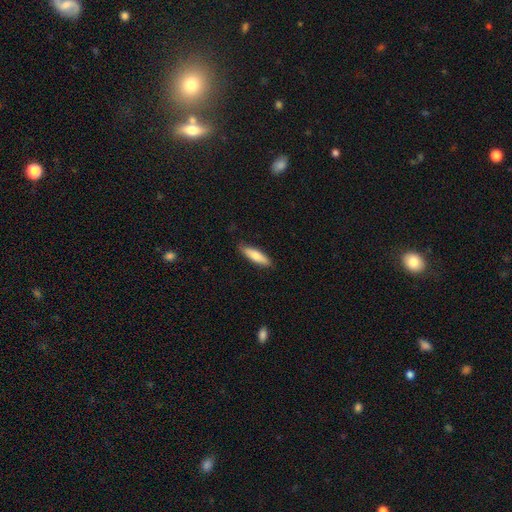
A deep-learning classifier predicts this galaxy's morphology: This is likely a smooth galaxy (76%). How rounded: likely cigar-shaped (65%). Merging: clearly none (83%).